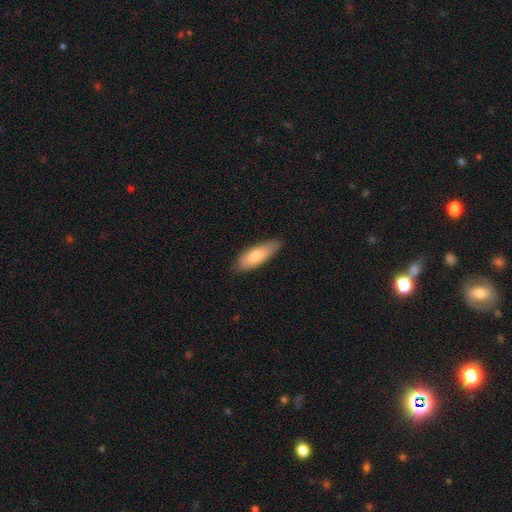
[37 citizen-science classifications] smooth 70%, featured or disk 24%, star or artifact 5%. Down the decision tree: how rounded — in between (62%); merging — none (77%).